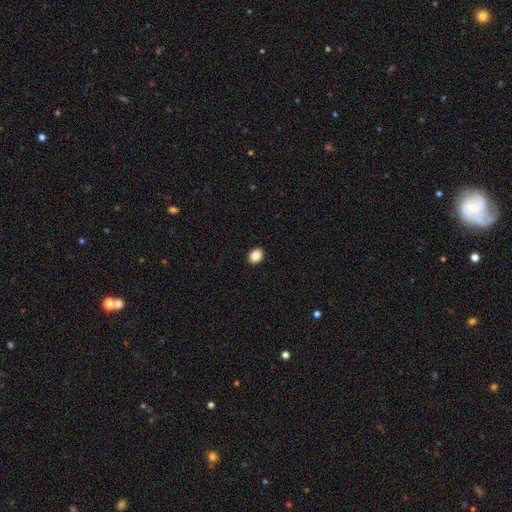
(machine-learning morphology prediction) The model was most divided on "how rounded": in between: 56%, round: 43%, cigar-shaped: 1%. More confident: merging — none (92%); smooth or featured — smooth (86%).